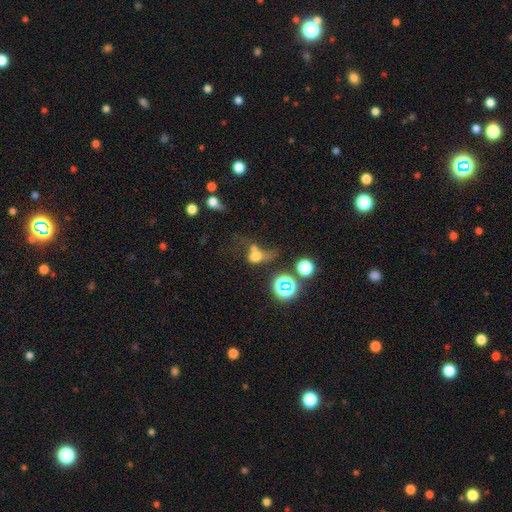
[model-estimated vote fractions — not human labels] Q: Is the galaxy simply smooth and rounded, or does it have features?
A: smooth — 57%.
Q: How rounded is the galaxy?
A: round — 57%.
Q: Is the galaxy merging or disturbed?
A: merger — 37%.